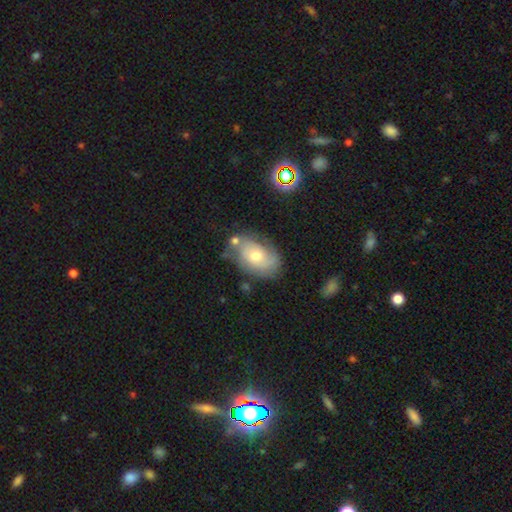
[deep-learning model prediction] The model was most divided on "smooth or featured": smooth: 48%, featured or disk: 42%, star or artifact: 10%. More confident: merging — none (60%).